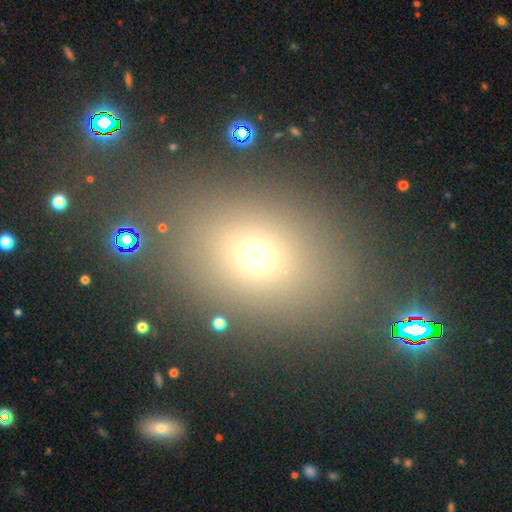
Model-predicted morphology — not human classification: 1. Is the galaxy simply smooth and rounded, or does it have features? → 64% smooth, 26% star or artifact, 10% featured or disk.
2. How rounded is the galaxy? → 50% round, 48% in between, 2% cigar-shaped.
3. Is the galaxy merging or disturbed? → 82% none, 9% minor disturbance, 5% major disturbance, 4% merger.